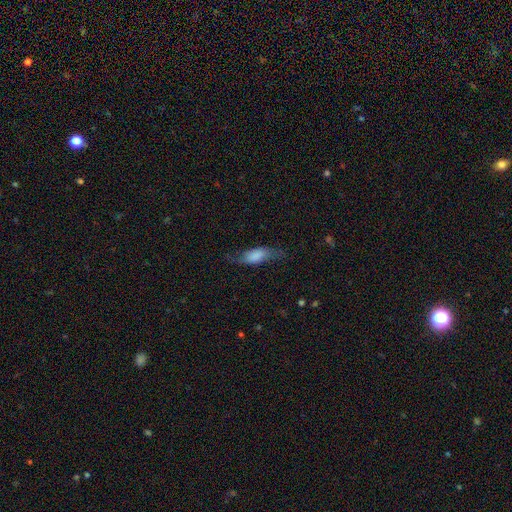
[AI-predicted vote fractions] Smooth or featured? smooth (60%)
How rounded? in between (71%)
Merging? none (56%)